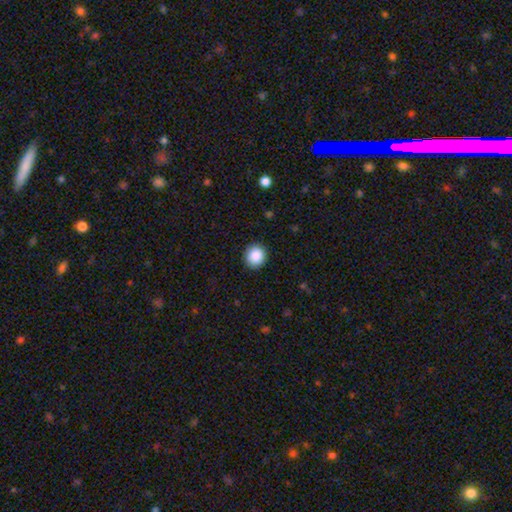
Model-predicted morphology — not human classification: Overall: smooth (89%). How rounded: round (88%). Merging: none (91%).